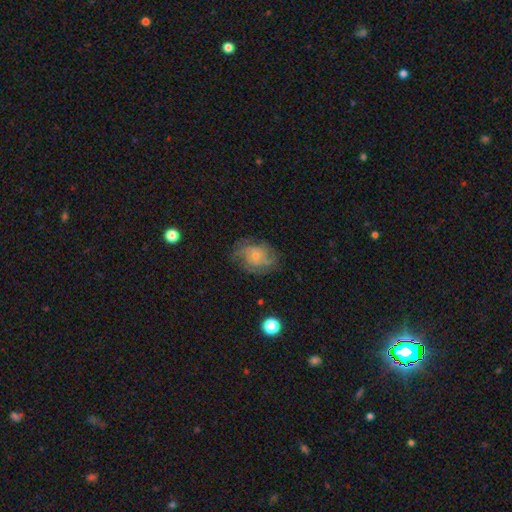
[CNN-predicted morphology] Q: Smooth or featured?
A: featured or disk (63%); runner-up: smooth (27%)
Q: Edge-on disk?
A: no (97%); runner-up: yes (3%)
Q: Bar?
A: no (77%); runner-up: weak (20%)
Q: Spiral arms?
A: yes (86%); runner-up: no (14%)
Q: Spiral winding?
A: tight (45%); runner-up: medium (40%)
Q: Spiral arm count?
A: can't tell (40%); runner-up: 2 (24%)
Q: Bulge size?
A: small (71%); runner-up: moderate (22%)
Q: Merging?
A: none (71%); runner-up: minor disturbance (19%)